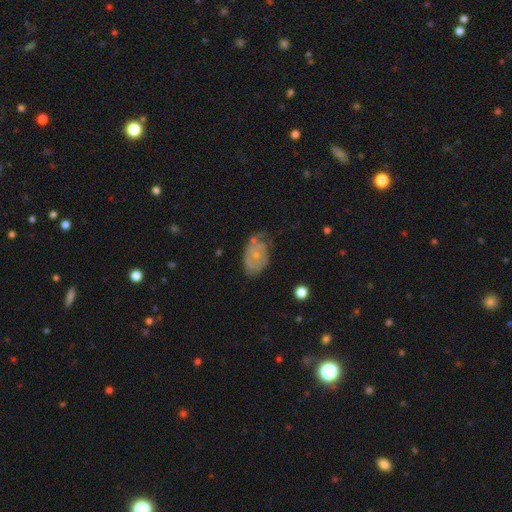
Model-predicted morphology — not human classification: A featured or disk galaxy (54%) with no bar (86%), spiral arms (57%) and a small central bulge (71%). Merging: none (42%).